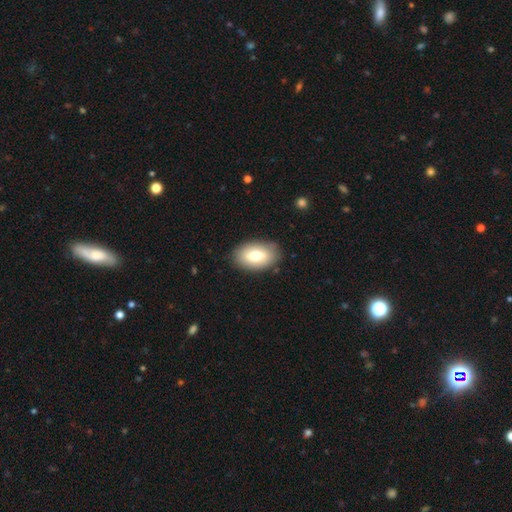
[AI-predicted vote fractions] smooth-or-featured: smooth: 73% | featured or disk: 21% | star or artifact: 7%
  how-rounded: in between: 91% | round: 7% | cigar-shaped: 2%
  merging: none: 84% | minor disturbance: 11% | major disturbance: 3% | merger: 1%